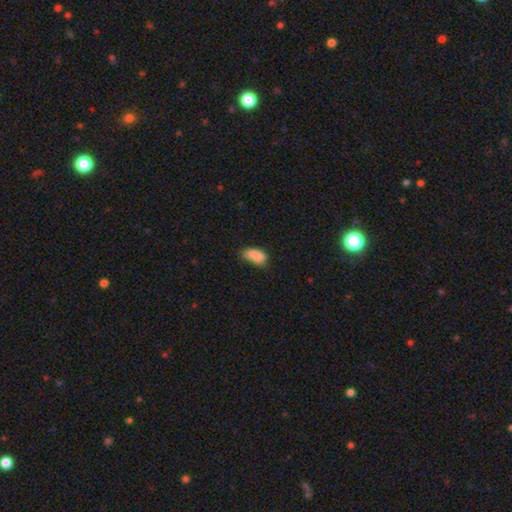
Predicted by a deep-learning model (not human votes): Overall: smooth (86%). How rounded: in between (88%). Merging: none (58%; minor disturbance 32%).